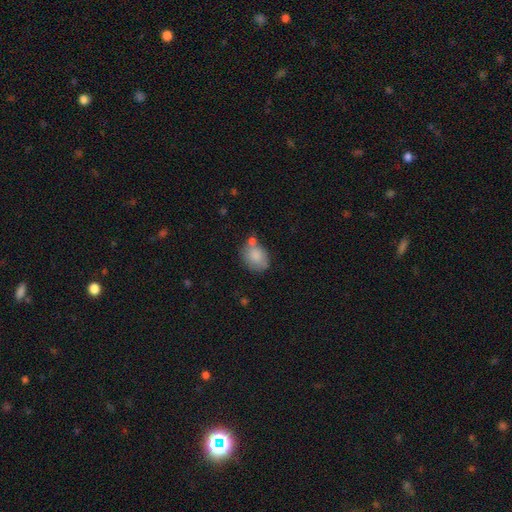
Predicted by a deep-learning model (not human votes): Smooth or featured?
  - smooth: 82% *
  - featured or disk: 10%
  - star or artifact: 8%
How rounded?
  - in between: 52% *
  - round: 47%
  - cigar-shaped: 1%
Merging?
  - none: 49% *
  - minor disturbance: 22%
  - merger: 22%
  - major disturbance: 7%